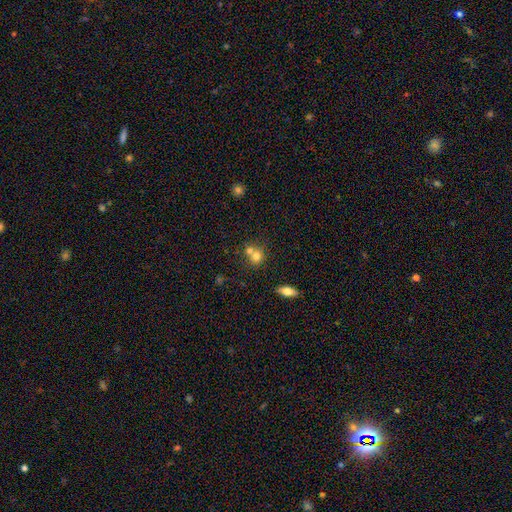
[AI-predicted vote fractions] Overall: smooth (72%). How rounded: round (76%). Merging: merger (53%; none 37%).